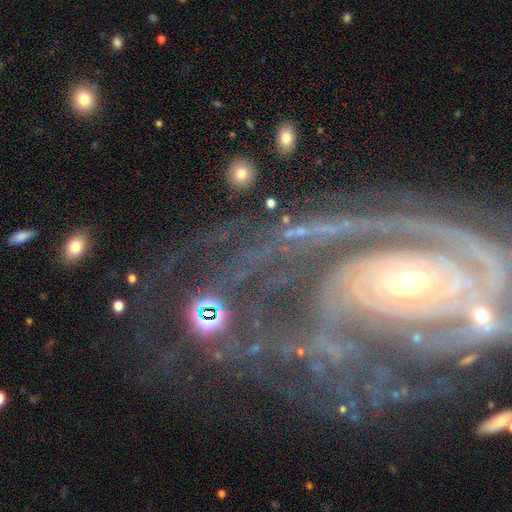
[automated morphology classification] Smooth or featured: featured or disk — 72% (star or artifact — 17%)
Edge-on disk: no — 94% (yes — 6%)
Bar: no — 46% (weak — 28%)
Spiral arms: yes — 93% (no — 7%)
Spiral winding: tight — 64% (medium — 27%)
Spiral arm count: 2 — 23% (can't tell — 22%)
Bulge size: small — 45% (moderate — 38%)
Merging: none — 66% (minor disturbance — 14%)